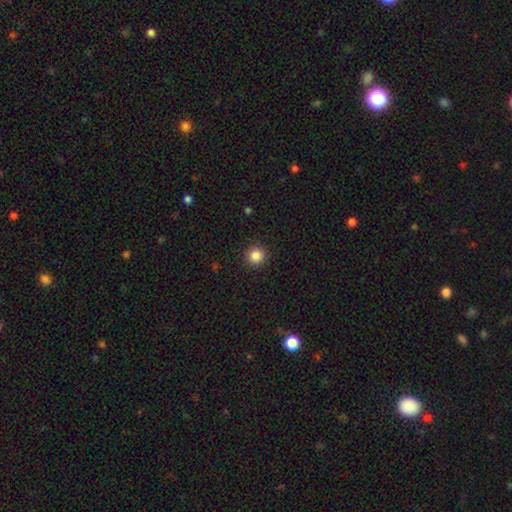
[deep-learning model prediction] Smooth or featured? smooth (86%)
How rounded? round (95%)
Merging? none (92%)